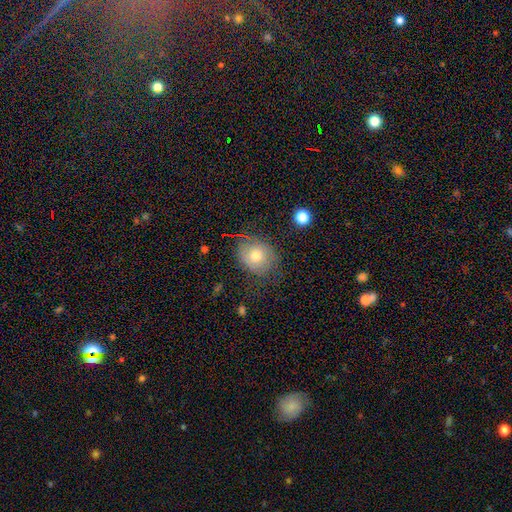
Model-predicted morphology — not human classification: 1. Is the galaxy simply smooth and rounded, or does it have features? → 70% smooth, 20% featured or disk, 10% star or artifact.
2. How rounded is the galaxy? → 65% round, 34% in between, 1% cigar-shaped.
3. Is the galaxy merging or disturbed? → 68% none, 21% minor disturbance, 9% major disturbance, 2% merger.